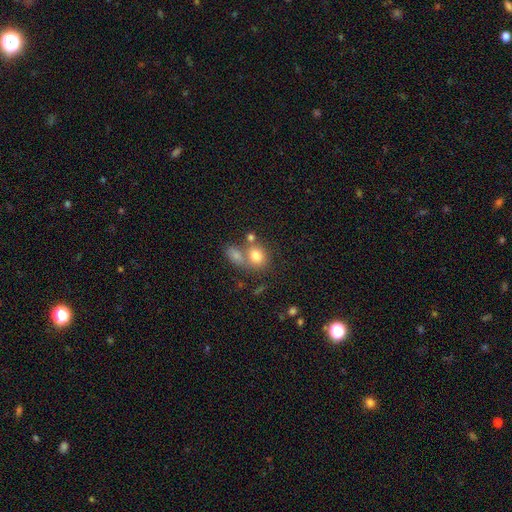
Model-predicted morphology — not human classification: Overall: smooth (77%). How rounded: round (57%; in between 42%). Merging: none (41%, tied with merger).